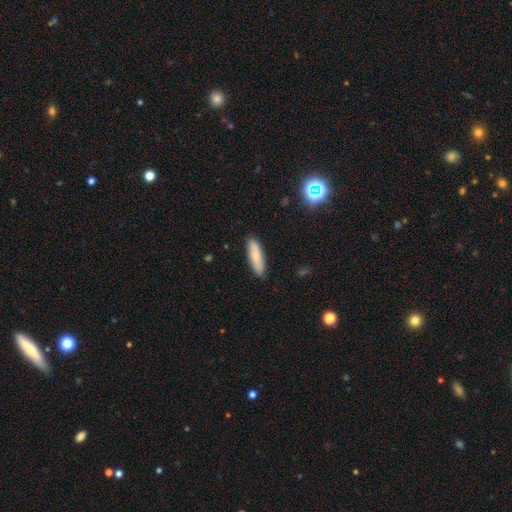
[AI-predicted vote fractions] This appears to be a smooth galaxy with no disk features (78%) that is cigar-shaped (68%). Merging: none (88%).